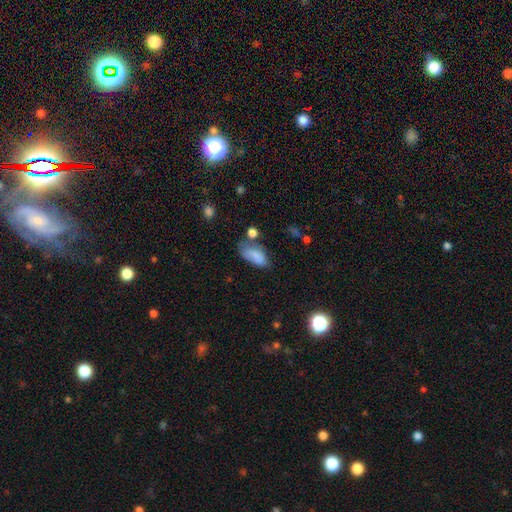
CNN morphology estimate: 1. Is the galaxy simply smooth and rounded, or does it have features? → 79% smooth, 12% featured or disk, 9% star or artifact.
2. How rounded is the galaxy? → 90% in between, 6% cigar-shaped, 4% round.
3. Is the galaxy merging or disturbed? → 41% none, 33% minor disturbance, 16% major disturbance, 11% merger.